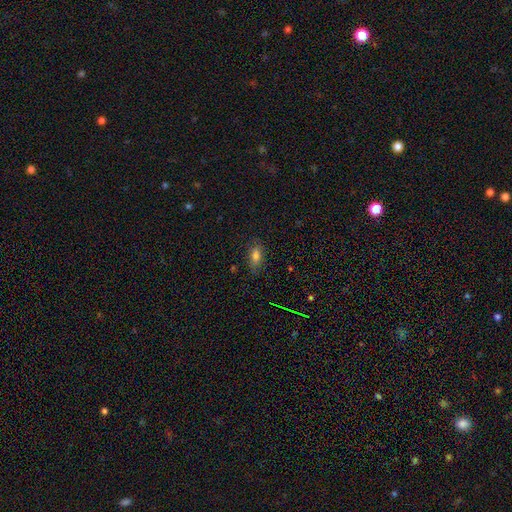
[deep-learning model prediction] Smooth or featured?
  - smooth: 75% *
  - star or artifact: 14%
  - featured or disk: 12%
How rounded?
  - in between: 82% *
  - cigar-shaped: 11%
  - round: 7%
Merging?
  - none: 80% *
  - minor disturbance: 15%
  - major disturbance: 4%
  - merger: 1%